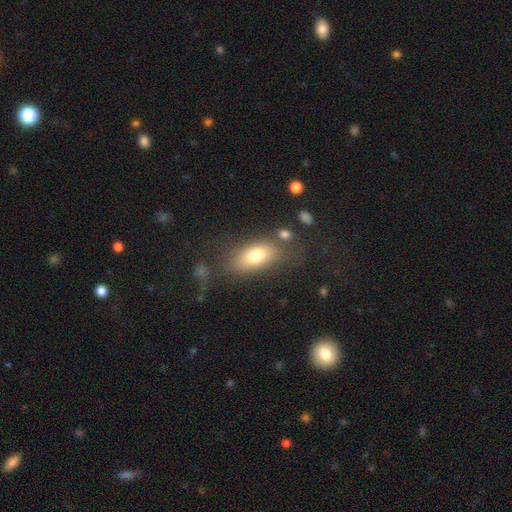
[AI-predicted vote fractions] Smooth or featured: smooth — 74% (featured or disk — 17%)
How rounded: in between — 84% (cigar-shaped — 9%)
Merging: none — 70% (minor disturbance — 16%)